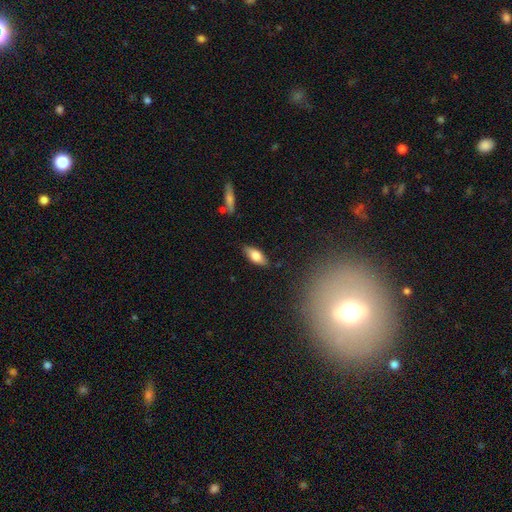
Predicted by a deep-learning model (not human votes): Smooth or featured? smooth (72%)
How rounded? in between (80%)
Merging? none (84%)